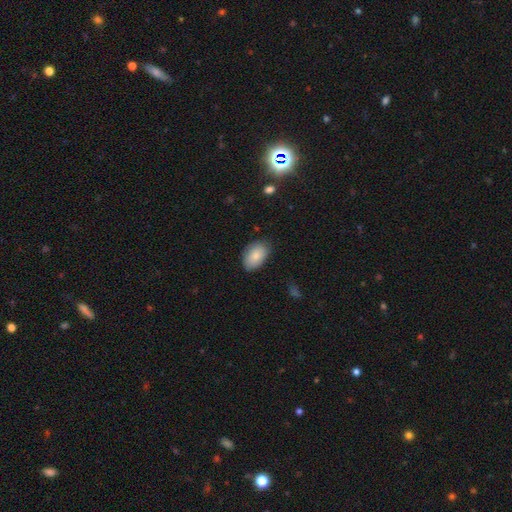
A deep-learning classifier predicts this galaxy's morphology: Smooth or featured?
  - smooth: 82% *
  - featured or disk: 11%
  - star or artifact: 7%
How rounded?
  - in between: 90% *
  - round: 9%
  - cigar-shaped: 1%
Merging?
  - none: 74% *
  - minor disturbance: 20%
  - major disturbance: 4%
  - merger: 1%